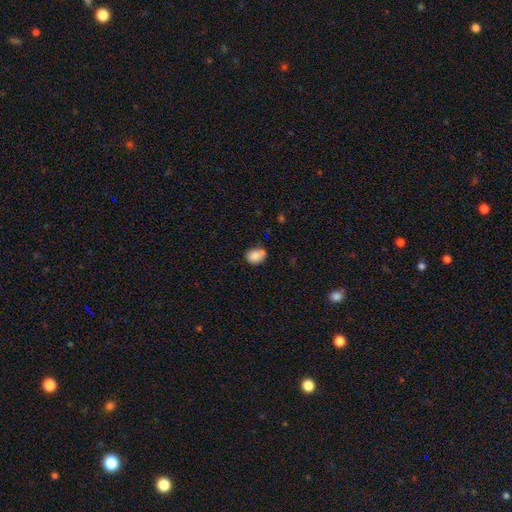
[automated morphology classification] Smooth or featured: smooth — 84% (star or artifact — 9%)
How rounded: in between — 55% (round — 44%)
Merging: none — 55% (minor disturbance — 21%)